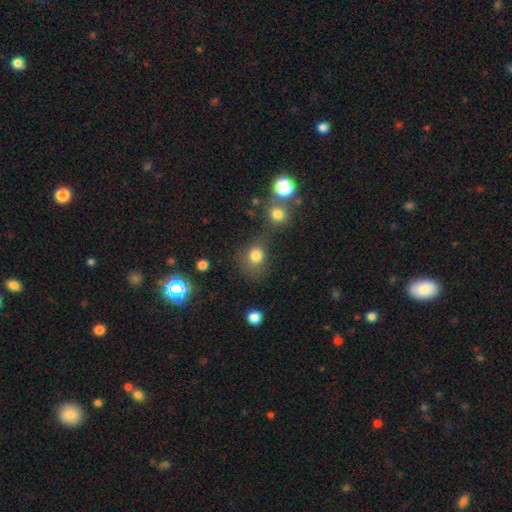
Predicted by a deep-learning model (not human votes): smooth-or-featured: smooth: 79% | star or artifact: 14% | featured or disk: 7%
  how-rounded: round: 73% | in between: 26% | cigar-shaped: 1%
  merging: none: 51% | merger: 26% | minor disturbance: 14% | major disturbance: 9%